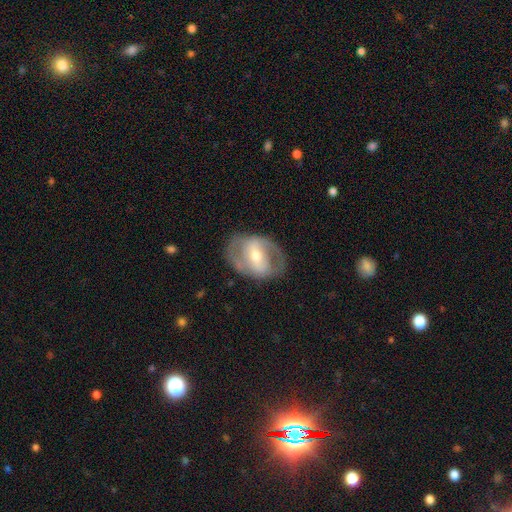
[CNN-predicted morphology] smooth-or-featured: featured or disk: 71% | smooth: 23% | star or artifact: 6%
  disk-edge-on: no: 94% | yes: 6%
    bar: strong: 43% | weak: 35% | no: 22%
    has-spiral-arms: yes: 57% | no: 43%
    bulge-size: moderate: 60% | small: 33% | large: 5% | none: 1% | dominant: 1%
  merging: none: 76% | minor disturbance: 14% | major disturbance: 9% | merger: 1%